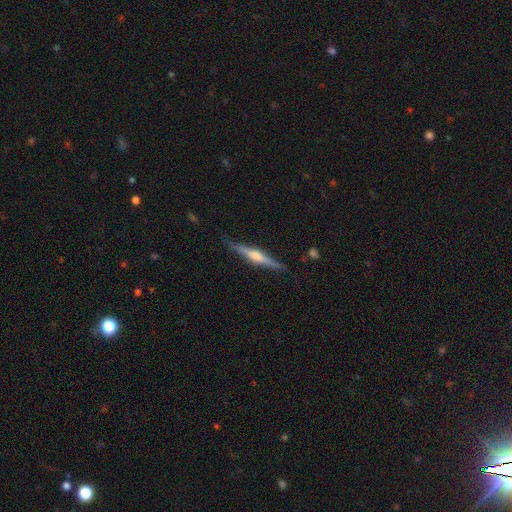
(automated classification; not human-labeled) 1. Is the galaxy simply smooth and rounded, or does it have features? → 77% featured or disk, 18% smooth, 5% star or artifact.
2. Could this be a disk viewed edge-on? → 98% yes, 2% no.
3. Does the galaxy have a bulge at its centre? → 83% rounded, 12% boxy, 5% none.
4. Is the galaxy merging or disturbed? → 88% none, 9% minor disturbance, 2% major disturbance, 1% merger.